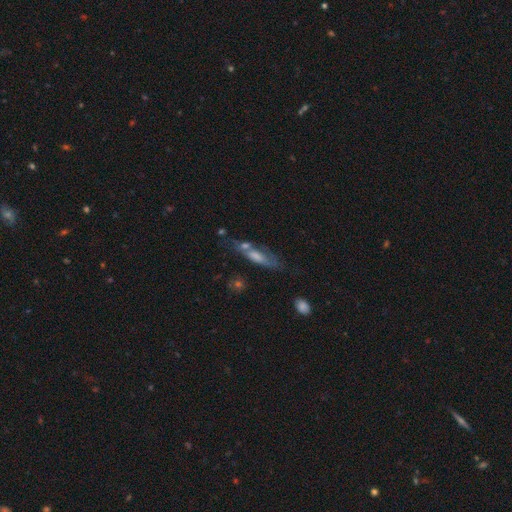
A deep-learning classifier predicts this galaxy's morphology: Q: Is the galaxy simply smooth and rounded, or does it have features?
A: featured or disk — 48%.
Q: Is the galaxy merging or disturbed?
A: none — 54%.